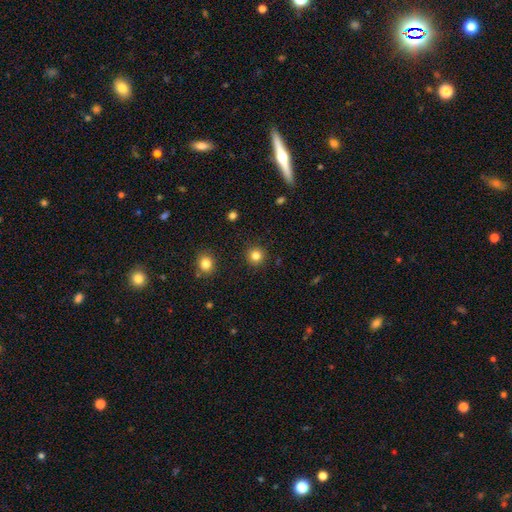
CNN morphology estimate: The model was most divided on "smooth or featured": smooth: 83%, star or artifact: 12%, featured or disk: 5%. More confident: how rounded — round (94%); merging — none (91%).